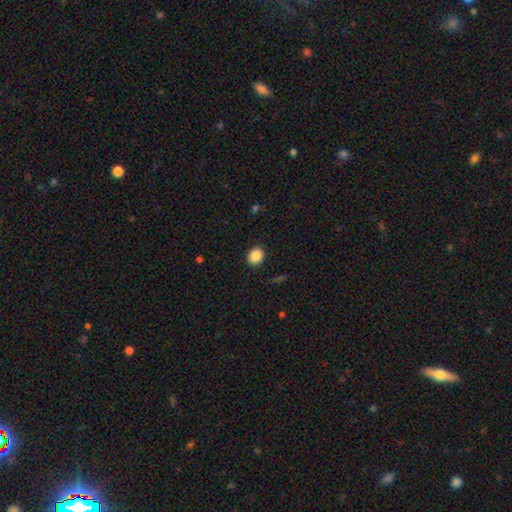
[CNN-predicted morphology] smooth_or_featured: smooth (p=0.87) [alt: star or artifact p=0.09]
how_rounded: round (p=0.58) [alt: in between p=0.41]
merging: none (p=0.90) [alt: minor disturbance p=0.07]